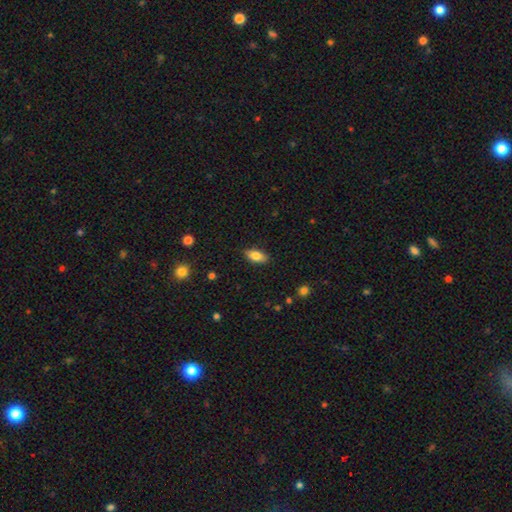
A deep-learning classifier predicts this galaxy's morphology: Smooth or featured: smooth — 81% (featured or disk — 11%)
How rounded: in between — 89% (cigar-shaped — 7%)
Merging: none — 87% (minor disturbance — 10%)